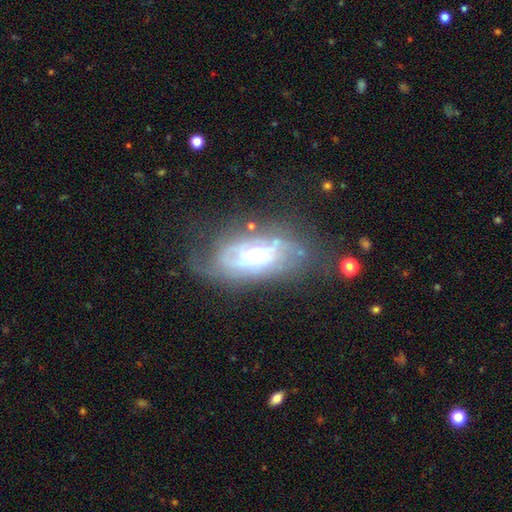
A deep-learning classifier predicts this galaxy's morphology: smooth_or_featured: featured or disk (p=0.74) [alt: smooth p=0.17]
disk_edge_on: no (p=0.90) [alt: yes p=0.10]
bar: no (p=0.64) [alt: weak p=0.26]
has_spiral_arms: yes (p=0.78) [alt: no p=0.22]
spiral_winding: tight (p=0.54) [alt: medium p=0.33]
spiral_arm_count: can't tell (p=0.52) [alt: 2 p=0.24]
bulge_size: moderate (p=0.46) [alt: large p=0.29]
merging: none (p=0.53) [alt: minor disturbance p=0.25]